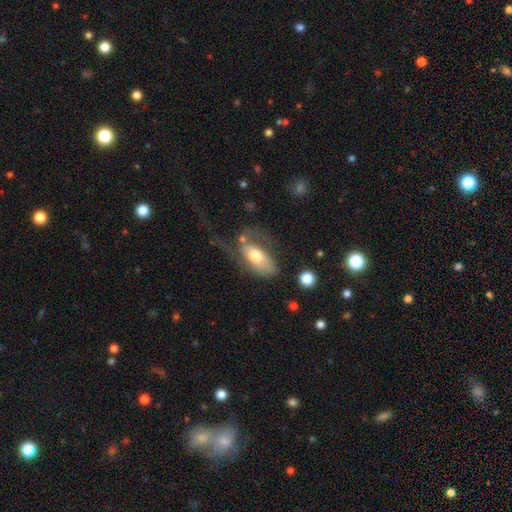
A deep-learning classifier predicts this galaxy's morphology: Smooth or featured? Predicted: smooth (p=0.55). How rounded? Predicted: in between (p=0.90). Merging? Predicted: major disturbance (p=0.43).